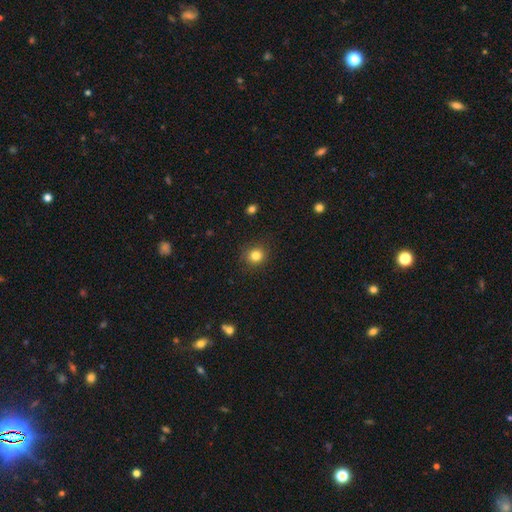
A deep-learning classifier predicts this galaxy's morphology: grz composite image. It shows a smooth galaxy with no disk features (82%) that is round (85%). Merging: none (87%).